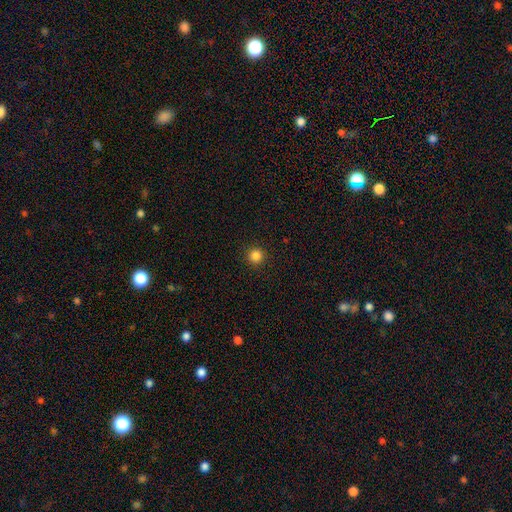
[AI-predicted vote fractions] Q: Smooth or featured?
A: smooth (85%); runner-up: star or artifact (12%)
Q: How rounded?
A: round (96%); runner-up: in between (3%)
Q: Merging?
A: none (93%); runner-up: minor disturbance (4%)